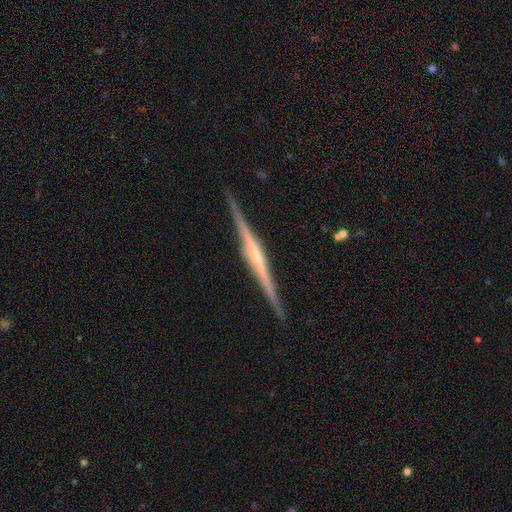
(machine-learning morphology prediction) smooth-or-featured: featured or disk: 84% | smooth: 11% | star or artifact: 5%
  disk-edge-on: yes: 98% | no: 2%
    edge-on-bulge: rounded: 51% | none: 31% | boxy: 18%
  merging: none: 91% | minor disturbance: 7% | major disturbance: 1% | merger: 1%